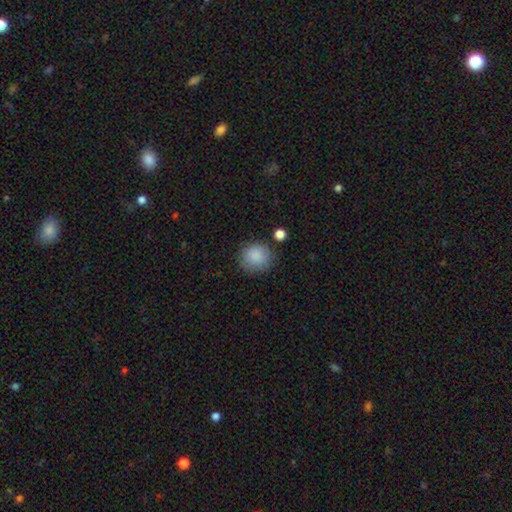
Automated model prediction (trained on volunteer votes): Morphology: type=smooth (87%); roundness=round (88%); merging=none (81%).